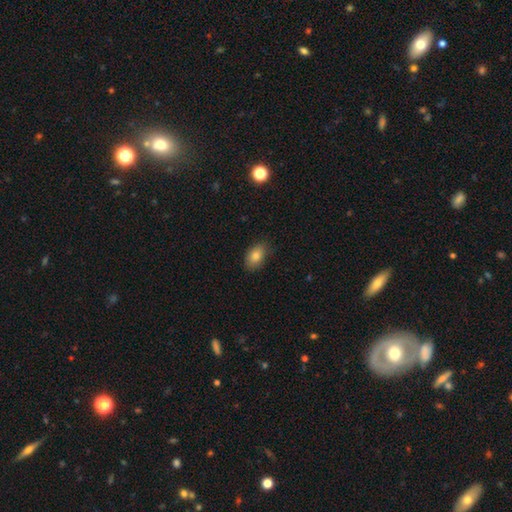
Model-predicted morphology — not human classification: Smooth or featured? Predicted: smooth (p=0.82). How rounded? Predicted: in between (p=0.88). Merging? Predicted: none (p=0.82).